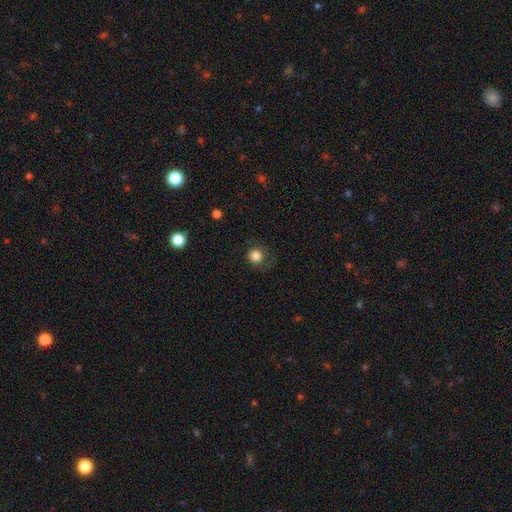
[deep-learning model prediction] Overall: smooth (83%). How rounded: round (91%). Merging: none (73%).